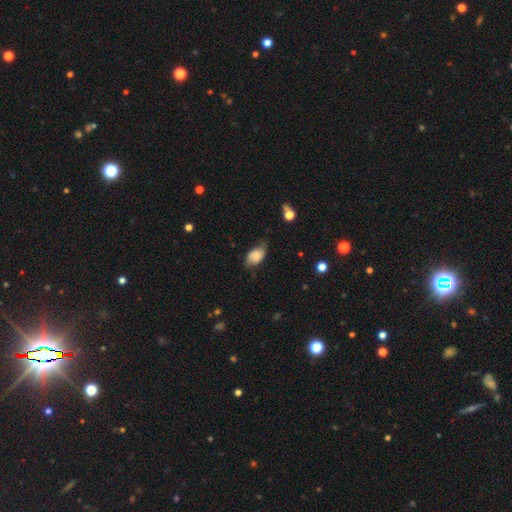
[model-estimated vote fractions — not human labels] The model was most divided on "merging": none: 56%, minor disturbance: 33%, major disturbance: 9%, merger: 2%. More confident: how rounded — in between (89%); smooth or featured — smooth (73%).